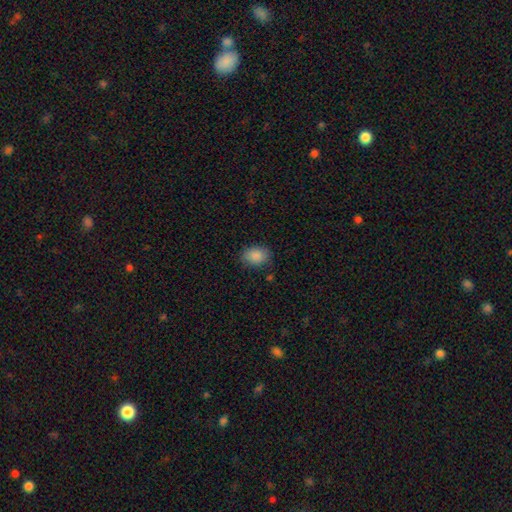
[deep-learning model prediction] Smooth or featured: smooth — 88% (star or artifact — 8%)
How rounded: in between — 72% (round — 27%)
Merging: none — 82% (minor disturbance — 14%)